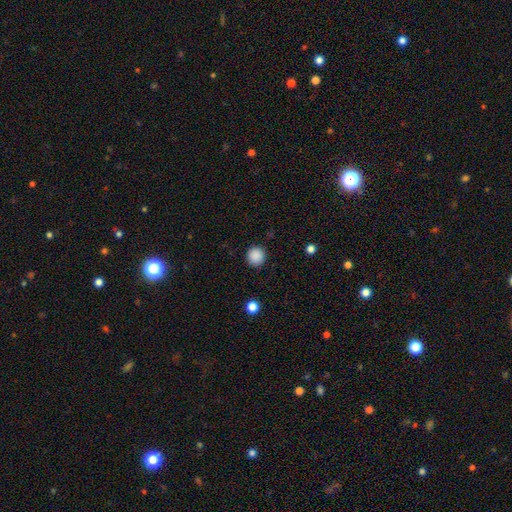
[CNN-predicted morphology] A smooth galaxy with no disk features (88%) that is round (94%). Merging: none (91%).